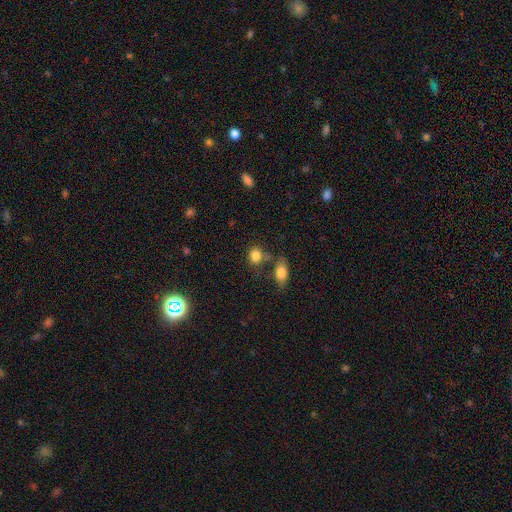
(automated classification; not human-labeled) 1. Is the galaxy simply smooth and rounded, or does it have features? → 84% smooth, 9% star or artifact, 7% featured or disk.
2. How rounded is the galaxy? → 55% round, 43% in between, 2% cigar-shaped.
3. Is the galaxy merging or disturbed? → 56% none, 22% merger, 15% minor disturbance, 6% major disturbance.